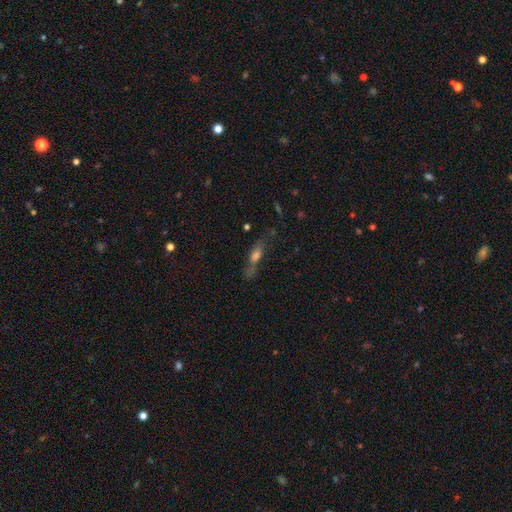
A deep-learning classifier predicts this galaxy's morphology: The model was most divided on "smooth or featured": smooth: 47%, featured or disk: 36%, star or artifact: 17%. More confident: merging — none (53%).